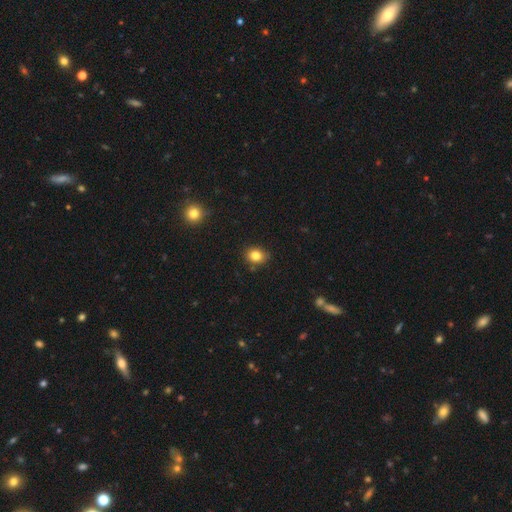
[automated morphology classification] This appears to be a smooth galaxy with no disk features (82%) that is round (62%). Merging: none (83%).